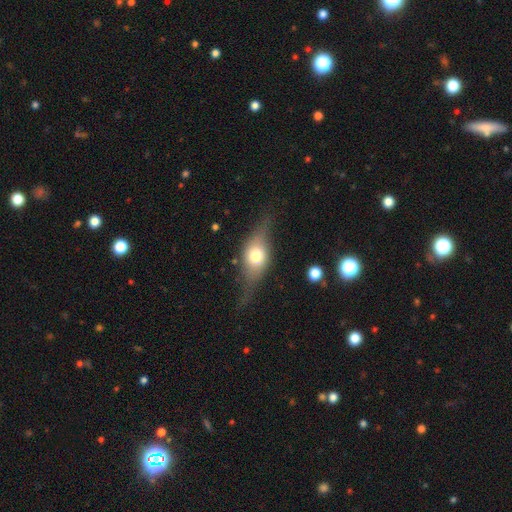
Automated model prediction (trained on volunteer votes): Smooth or featured? Predicted: featured or disk (p=0.50). Edge-on disk? Predicted: yes (p=0.81). Merging? Predicted: none (p=0.62).